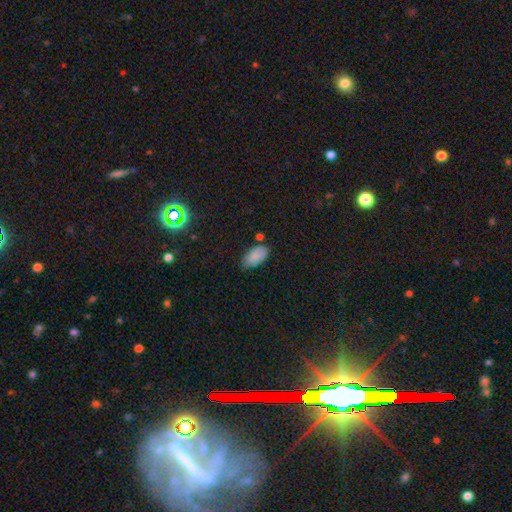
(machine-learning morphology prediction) Smooth or featured?
  - smooth: 86% *
  - star or artifact: 8%
  - featured or disk: 6%
How rounded?
  - in between: 94% *
  - round: 3%
  - cigar-shaped: 3%
Merging?
  - none: 73% *
  - minor disturbance: 19%
  - merger: 4%
  - major disturbance: 4%